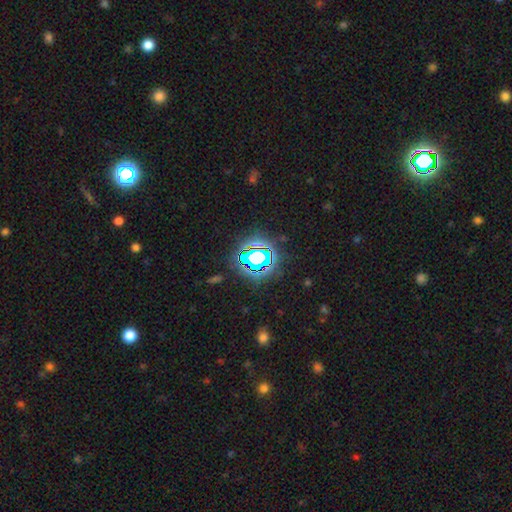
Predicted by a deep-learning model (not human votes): Smooth or featured? star or artifact (78%)